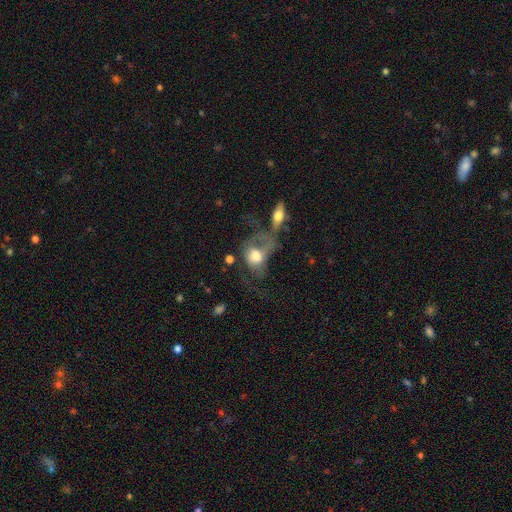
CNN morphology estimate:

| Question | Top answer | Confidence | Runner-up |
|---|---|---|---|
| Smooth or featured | smooth | 46% | featured or disk (44%) |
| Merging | major disturbance | 40% | merger (33%) |